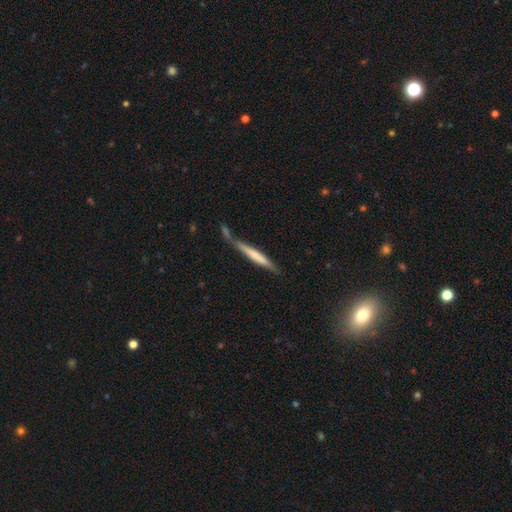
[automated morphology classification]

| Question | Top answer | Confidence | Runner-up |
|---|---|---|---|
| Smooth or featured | smooth | 55% | featured or disk (40%) |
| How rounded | cigar-shaped | 94% | in between (4%) |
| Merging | none | 53% | merger (21%) |